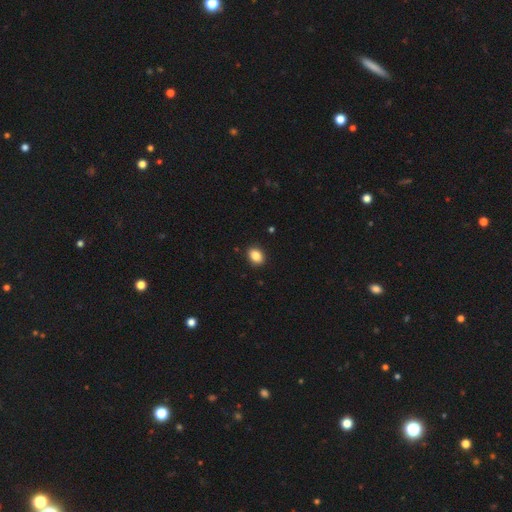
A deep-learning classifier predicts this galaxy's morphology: Overall: smooth (87%). How rounded: in between (69%; round 30%). Merging: none (90%).